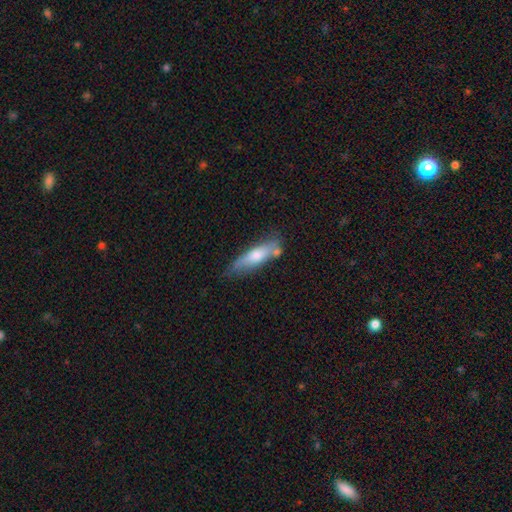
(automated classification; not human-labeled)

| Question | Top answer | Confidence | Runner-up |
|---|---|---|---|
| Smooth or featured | smooth | 53% | featured or disk (40%) |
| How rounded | cigar-shaped | 67% | in between (31%) |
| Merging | none | 65% | minor disturbance (23%) |